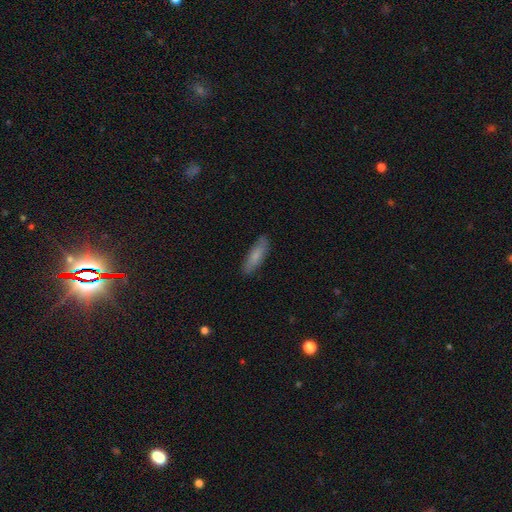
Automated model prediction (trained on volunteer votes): A smooth galaxy with no disk features (77%) that is cigar-shaped (55%).

Vote fractions:
- Smooth or featured? smooth: 77% / featured or disk: 16% / star or artifact: 6%
- How rounded? cigar-shaped: 55% / in between: 43% / round: 2%
- Merging? none: 84% / minor disturbance: 12% / major disturbance: 2% / merger: 1%